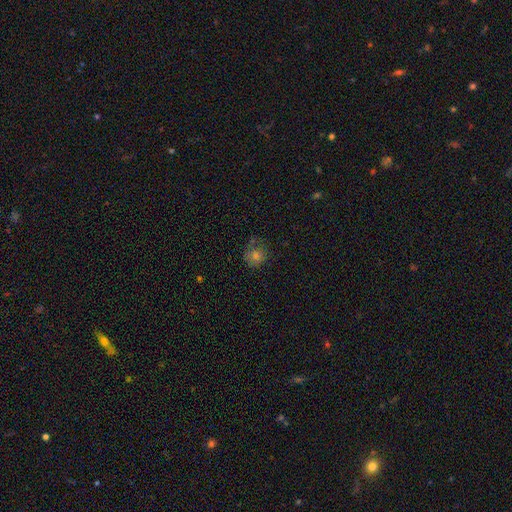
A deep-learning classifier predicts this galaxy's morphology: smooth_or_featured: smooth (p=0.70) [alt: star or artifact p=0.17]
how_rounded: round (p=0.86) [alt: in between p=0.13]
merging: none (p=0.71) [alt: minor disturbance p=0.19]